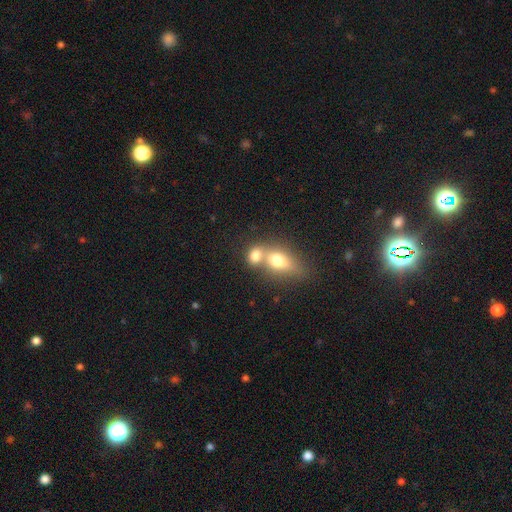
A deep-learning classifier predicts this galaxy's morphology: Smooth or featured? smooth (73%)
How rounded? in between (53%)
Merging? merger (65%)